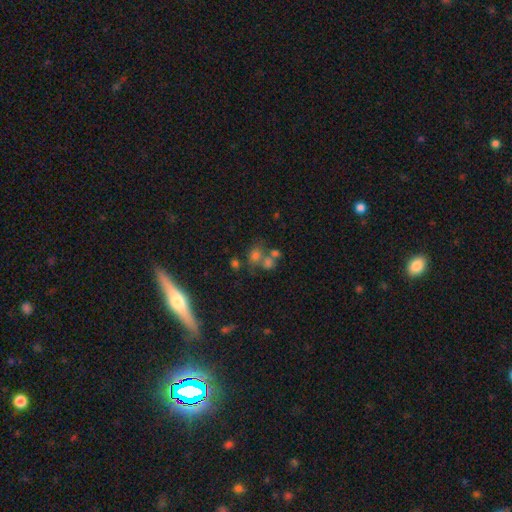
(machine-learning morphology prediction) Q: Smooth or featured?
A: smooth (61%); runner-up: star or artifact (24%)
Q: How rounded?
A: round (60%); runner-up: in between (38%)
Q: Merging?
A: none (45%); runner-up: merger (38%)